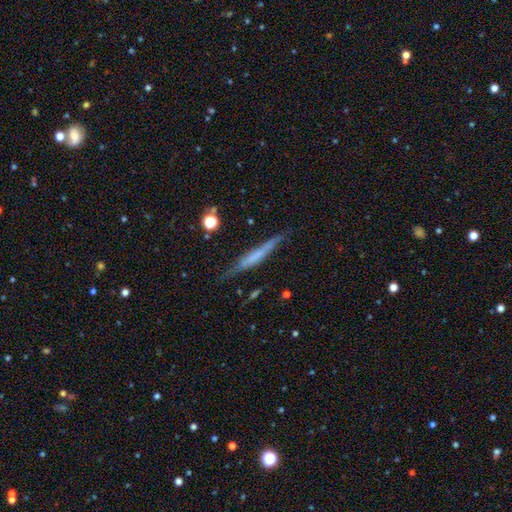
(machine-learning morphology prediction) featured or disk 52%, smooth 40%, star or artifact 8%. Down the decision tree: edge-on disk — yes (93%); merging — none (75%).